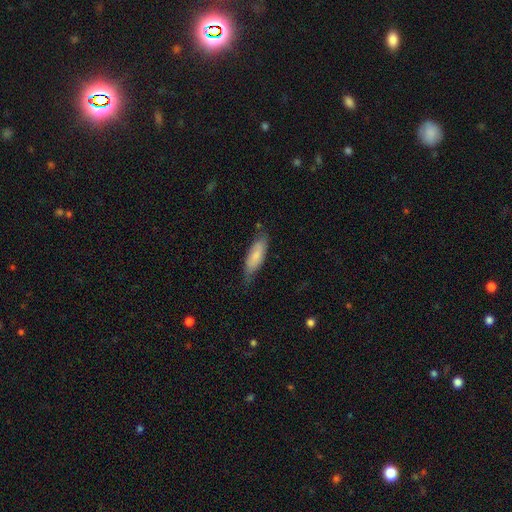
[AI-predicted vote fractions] Q: Smooth or featured?
A: smooth (74%); runner-up: featured or disk (20%)
Q: How rounded?
A: in between (55%); runner-up: cigar-shaped (43%)
Q: Merging?
A: none (64%); runner-up: minor disturbance (28%)